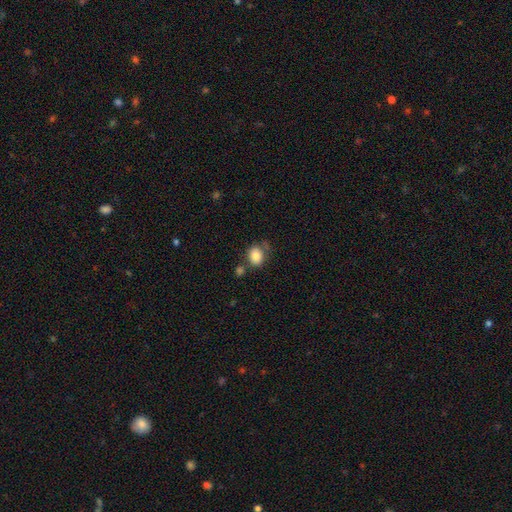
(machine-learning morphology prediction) Overall: smooth (82%). How rounded: in between (51%; round 48%). Merging: none (61%).